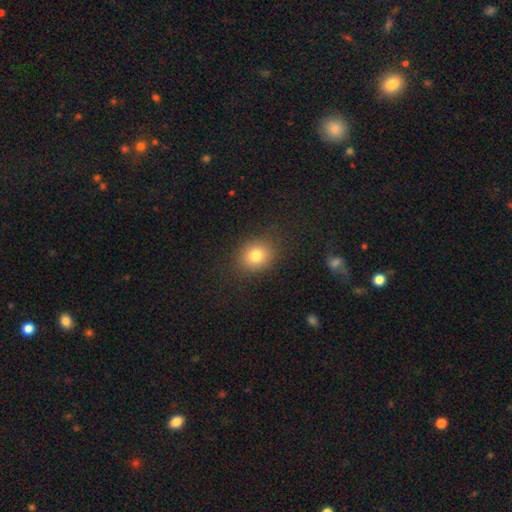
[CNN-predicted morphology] Q: Smooth or featured?
A: smooth (80%); runner-up: star or artifact (12%)
Q: How rounded?
A: round (62%); runner-up: in between (37%)
Q: Merging?
A: none (86%); runner-up: minor disturbance (9%)